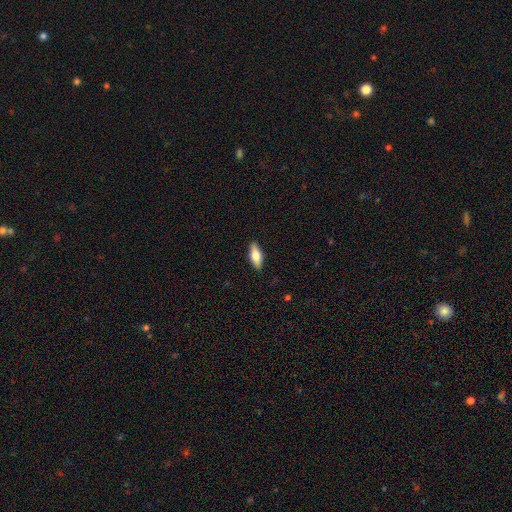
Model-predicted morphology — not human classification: Smooth or featured? smooth (63%)
How rounded? in between (72%)
Merging? none (89%)